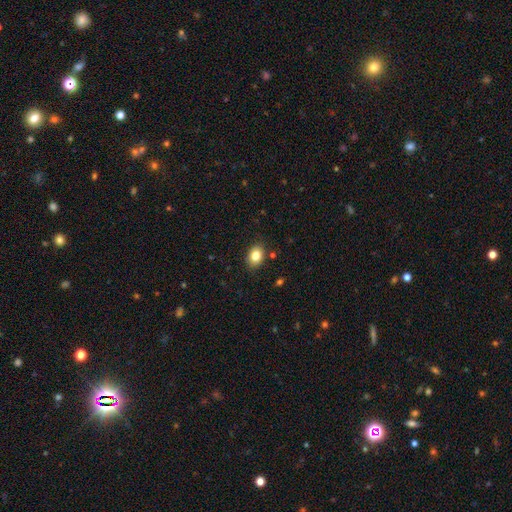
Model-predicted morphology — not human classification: type=smooth (82%); roundness=in between (69%); merging=none (87%).